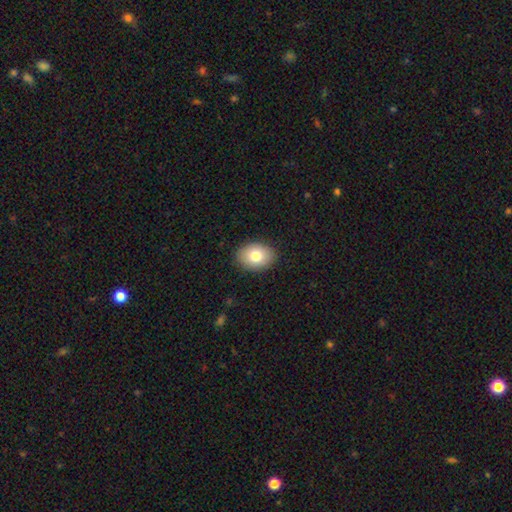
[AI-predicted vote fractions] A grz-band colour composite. It shows a smooth galaxy with no disk features (79%) that is in between round and cigar-shaped (74%). Merging: none (89%).